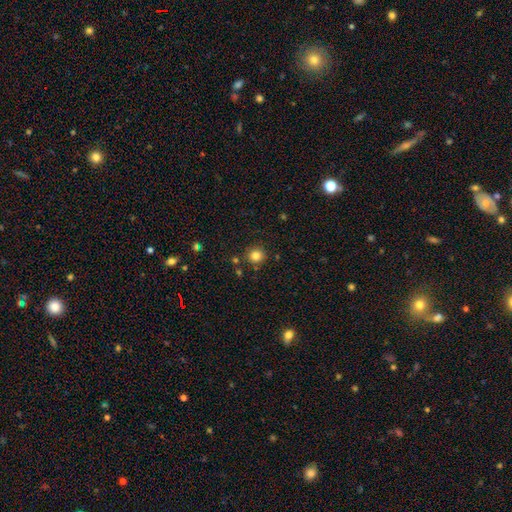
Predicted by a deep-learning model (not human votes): Smooth or featured? smooth (82%)
How rounded? round (92%)
Merging? none (87%)